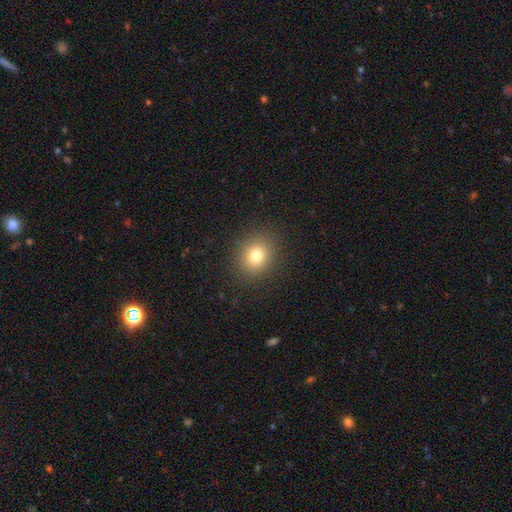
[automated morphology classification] The model was most divided on "how rounded": round: 70%, in between: 29%, cigar-shaped: 1%. More confident: merging — none (89%); smooth or featured — smooth (78%).